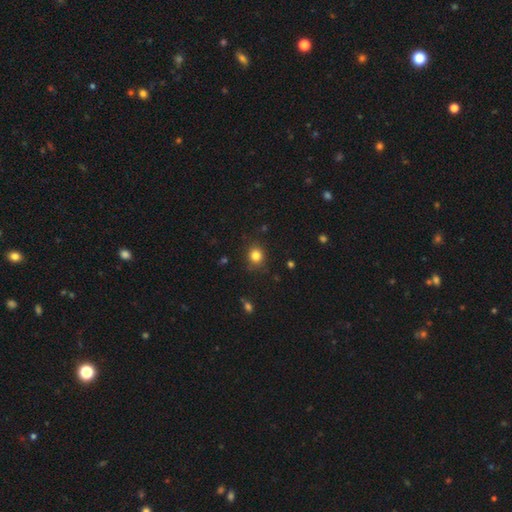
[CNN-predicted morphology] Smooth or featured? Predicted: smooth (p=0.83). How rounded? Predicted: round (p=0.80). Merging? Predicted: none (p=0.85).